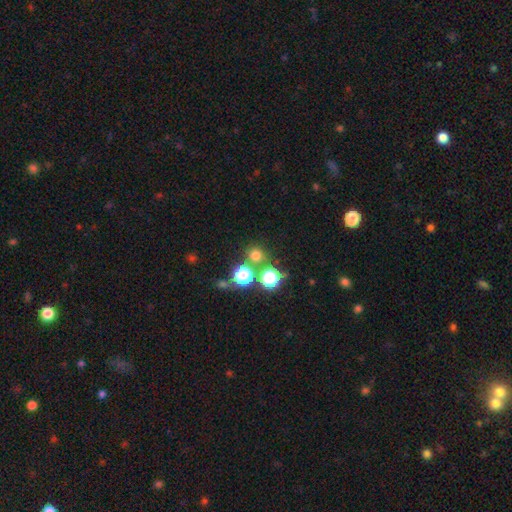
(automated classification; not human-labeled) smooth 66%, star or artifact 27%, featured or disk 7%. Down the decision tree: how rounded — round (91%); merging — none (73%).